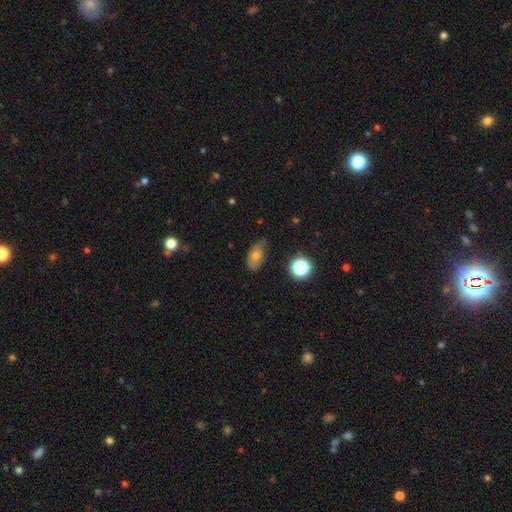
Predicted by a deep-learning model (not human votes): Smooth or featured?
  - smooth: 62% *
  - featured or disk: 25%
  - star or artifact: 13%
How rounded?
  - in between: 86% *
  - round: 11%
  - cigar-shaped: 3%
Merging?
  - none: 59% *
  - minor disturbance: 31%
  - major disturbance: 7%
  - merger: 2%